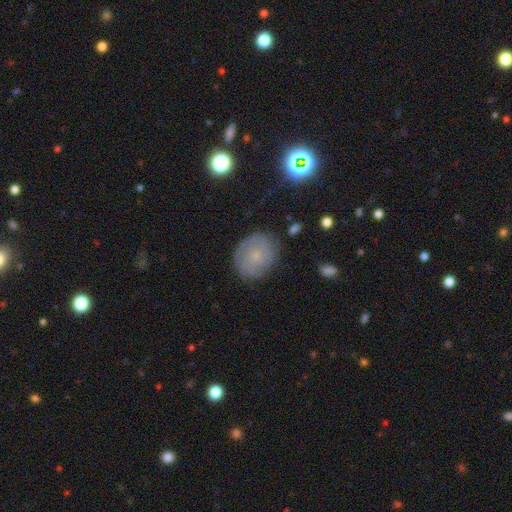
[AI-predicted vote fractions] This is marginally a smooth galaxy (45%). Merging: likely none (78%).